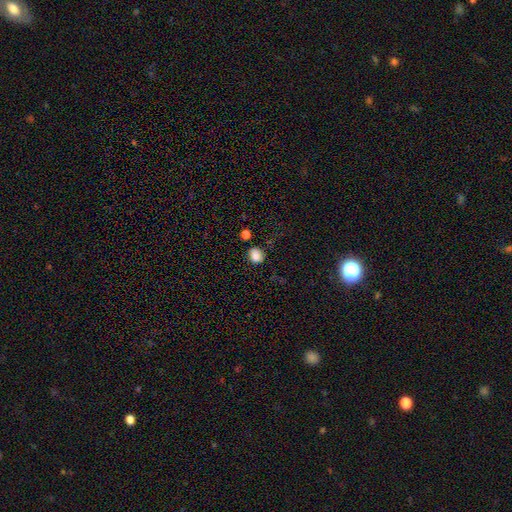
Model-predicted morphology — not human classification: The model was most divided on "how rounded": round: 72%, in between: 27%, cigar-shaped: 1%. More confident: smooth or featured — smooth (84%); merging — none (74%).